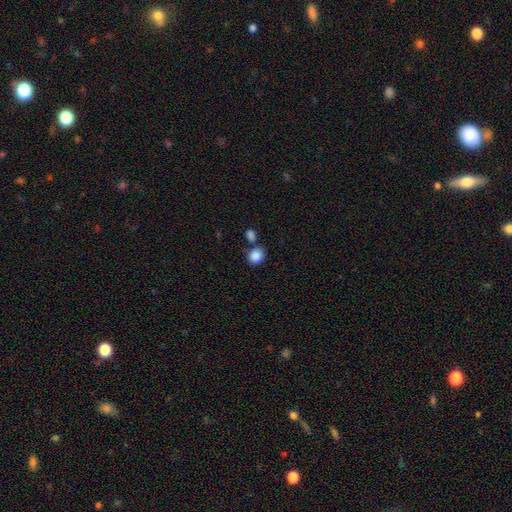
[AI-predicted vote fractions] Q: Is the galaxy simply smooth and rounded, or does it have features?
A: smooth — 87%.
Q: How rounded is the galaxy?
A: round — 63%.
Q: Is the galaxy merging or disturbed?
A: none — 63%.